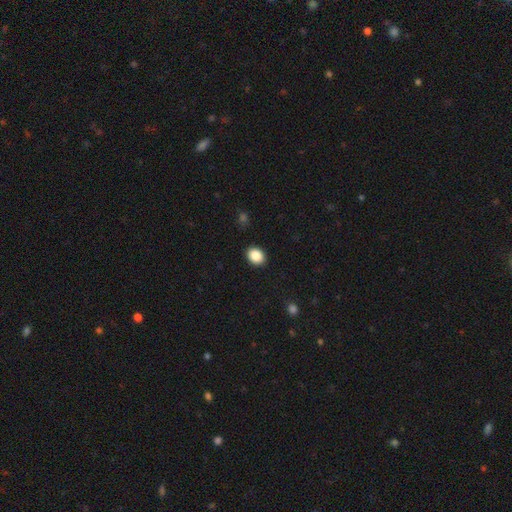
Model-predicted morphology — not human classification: Smooth or featured?
  - smooth: 88% *
  - star or artifact: 8%
  - featured or disk: 4%
How rounded?
  - in between: 54% *
  - round: 45%
  - cigar-shaped: 1%
Merging?
  - none: 90% *
  - minor disturbance: 7%
  - major disturbance: 2%
  - merger: 1%